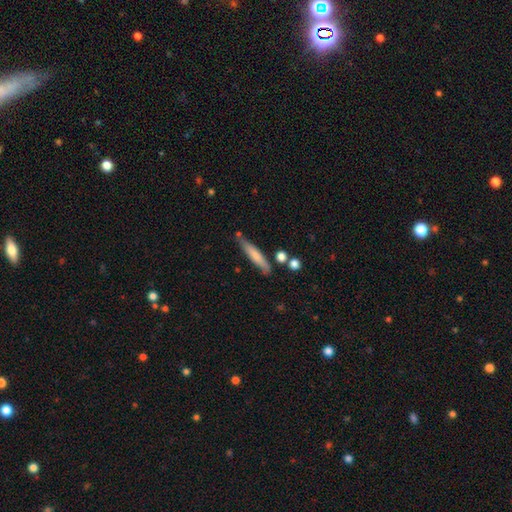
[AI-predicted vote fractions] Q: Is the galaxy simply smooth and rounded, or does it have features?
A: smooth — 67%.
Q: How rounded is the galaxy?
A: cigar-shaped — 88%.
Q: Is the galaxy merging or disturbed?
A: none — 73%.